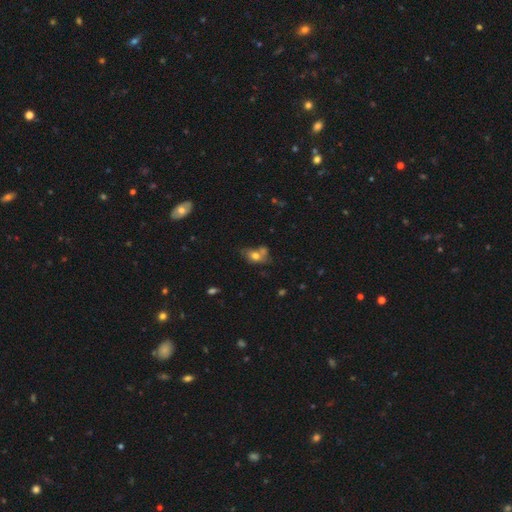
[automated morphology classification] smooth_or_featured: smooth (p=0.67) [alt: featured or disk p=0.21]
how_rounded: in between (p=0.71) [alt: round p=0.26]
merging: merger (p=0.37) [alt: none p=0.32]